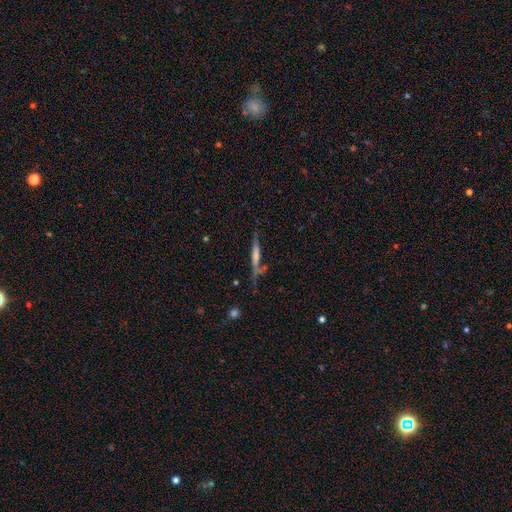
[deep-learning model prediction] This is possibly a featured or disk galaxy (56%). It is clearly viewed edge-on (92%). Edge-on bulge: possibly none (49%). Merging: likely none (65%).